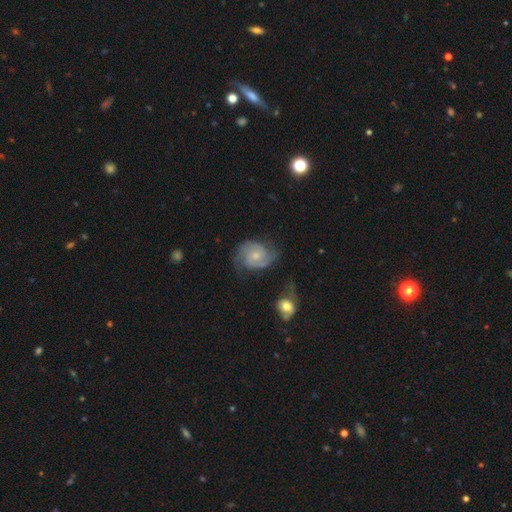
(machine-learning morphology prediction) Overall: featured or disk (83%). Edge-on disk: no (98%). Bar: no (69%). Spiral arms: yes (96%). Spiral arm count: 2 (72%). Spiral winding: tight (44%; medium 43%). Bulge size: small (58%; moderate 36%). Merging: none (63%).